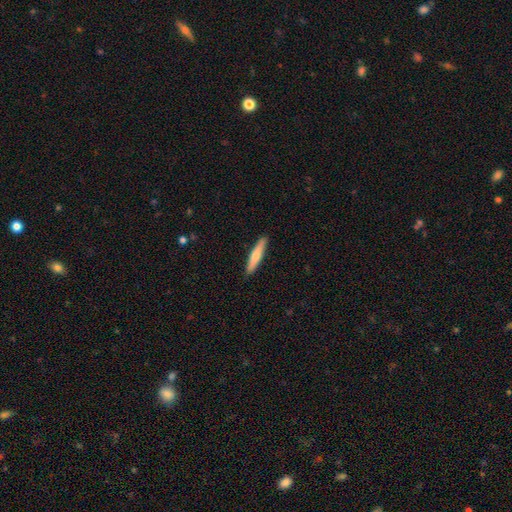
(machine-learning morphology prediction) The model was most divided on "smooth or featured": smooth: 62%, featured or disk: 33%, star or artifact: 5%. More confident: merging — none (90%); how rounded — cigar-shaped (88%).